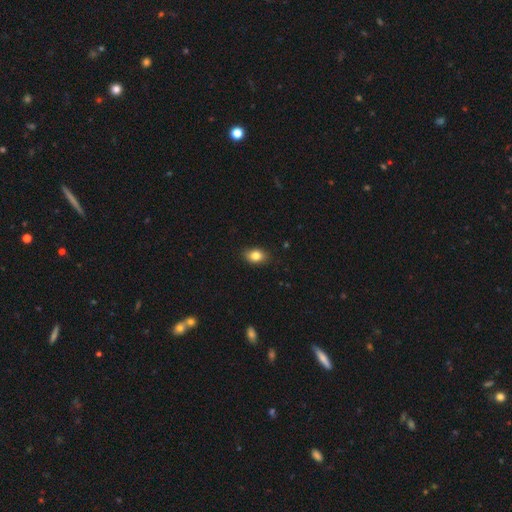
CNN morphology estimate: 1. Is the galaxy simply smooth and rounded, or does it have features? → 83% smooth, 9% star or artifact, 8% featured or disk.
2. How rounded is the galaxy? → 75% in between, 23% round, 2% cigar-shaped.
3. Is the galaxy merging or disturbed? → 86% none, 11% minor disturbance, 2% major disturbance, 1% merger.